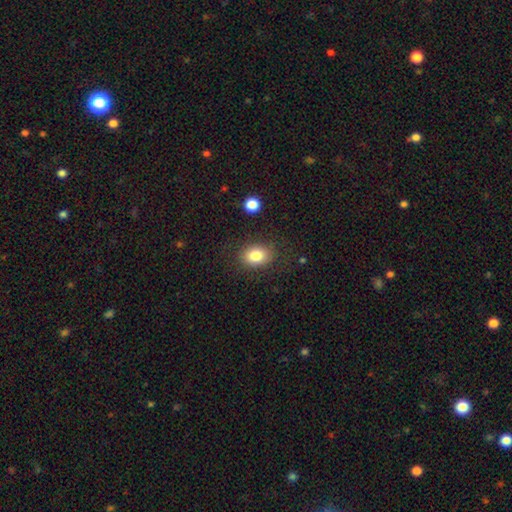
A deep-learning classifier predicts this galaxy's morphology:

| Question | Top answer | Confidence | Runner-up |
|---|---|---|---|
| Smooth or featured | smooth | 82% | star or artifact (9%) |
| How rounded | in between | 68% | round (31%) |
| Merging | none | 83% | minor disturbance (11%) |